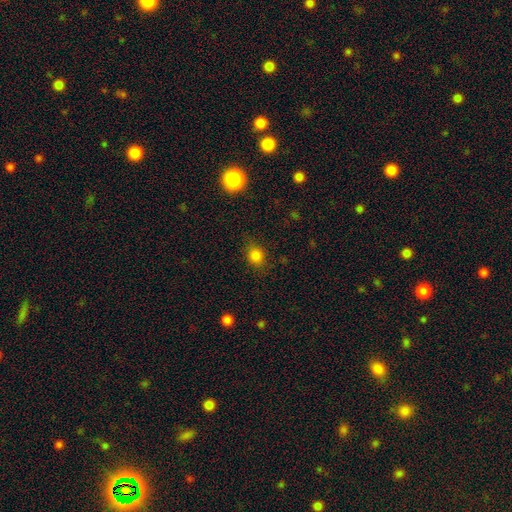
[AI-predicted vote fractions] smooth_or_featured: smooth (p=0.81) [alt: star or artifact p=0.14]
how_rounded: round (p=0.69) [alt: in between p=0.29]
merging: none (p=0.80) [alt: minor disturbance p=0.14]